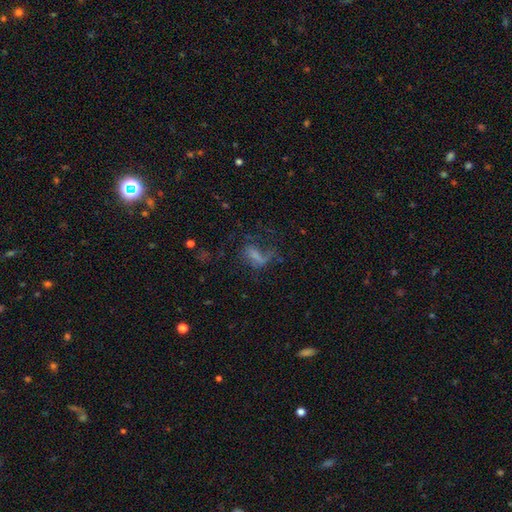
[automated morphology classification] Smooth or featured: featured or disk — 40% (smooth — 34%)
Merging: major disturbance — 40% (none — 38%)